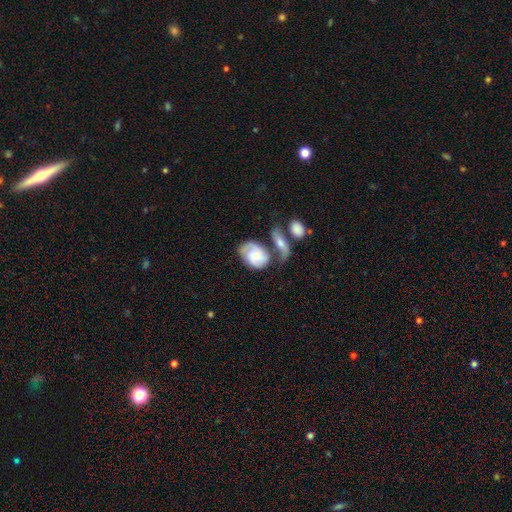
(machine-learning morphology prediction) A featured or disk galaxy (55%) with no bar (71%), spiral arms (86%) and a small central bulge (46%).

Vote fractions:
- Smooth or featured? featured or disk: 55% / smooth: 39% / star or artifact: 6%
- Edge-on disk? no: 96% / yes: 4%
- Bar? no: 71% / weak: 24% / strong: 5%
- Spiral arms? yes: 86% / no: 14%
- Bulge size? small: 46% / moderate: 37% / none: 8% / large: 7% / dominant: 2%
- Merging? none: 36% / merger: 30% / minor disturbance: 20% / major disturbance: 14%